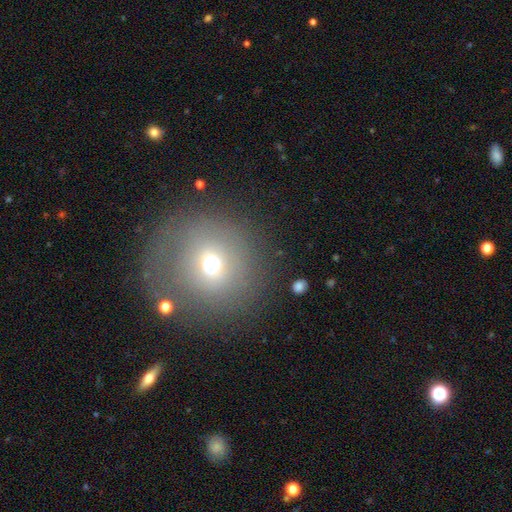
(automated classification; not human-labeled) A smooth galaxy with no disk features (60%) that is round (92%).

Vote fractions:
- Smooth or featured? smooth: 60% / star or artifact: 21% / featured or disk: 19%
- How rounded? round: 92% / in between: 7% / cigar-shaped: 1%
- Merging? none: 81% / minor disturbance: 10% / major disturbance: 5% / merger: 4%